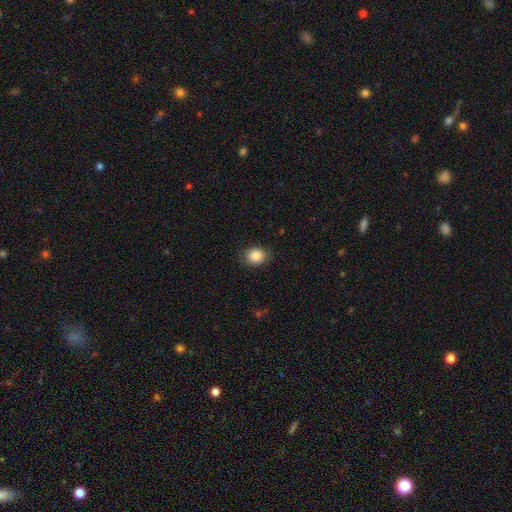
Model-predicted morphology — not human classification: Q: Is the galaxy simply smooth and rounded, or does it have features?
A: smooth — 86%.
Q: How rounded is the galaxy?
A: round — 62%.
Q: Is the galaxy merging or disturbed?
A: none — 85%.